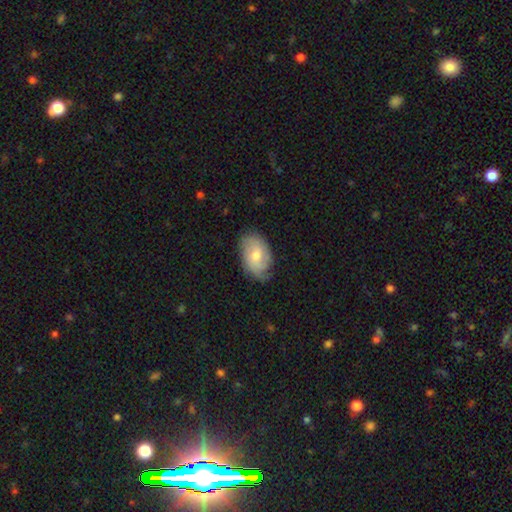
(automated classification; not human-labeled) Morphology: type=featured or disk (52%); edge-on=no (95%); merging=none (70%).